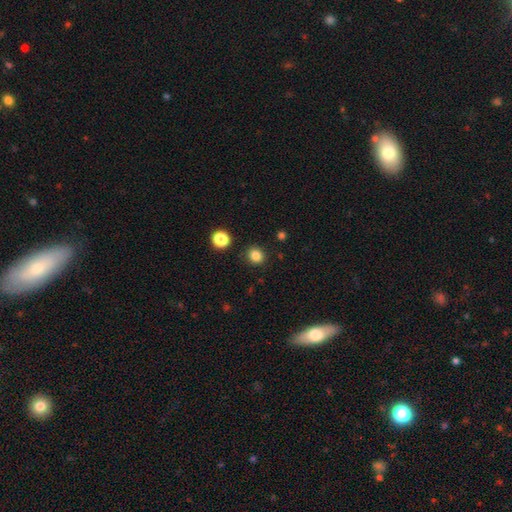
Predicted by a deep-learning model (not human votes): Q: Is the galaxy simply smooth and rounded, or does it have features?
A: smooth — 84%.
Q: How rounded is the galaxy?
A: round — 82%.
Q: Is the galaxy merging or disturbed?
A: none — 89%.